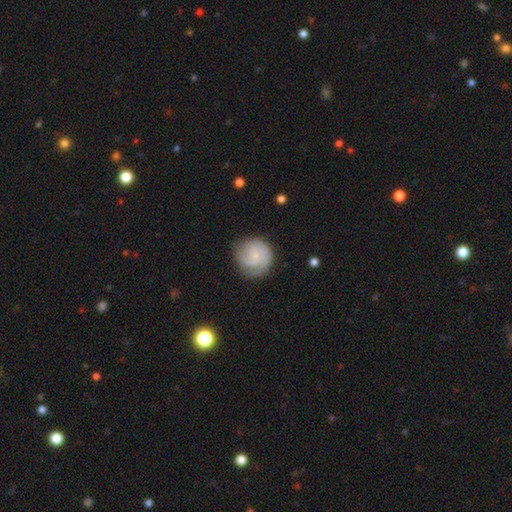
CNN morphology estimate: type=featured or disk (52%); edge-on=no (98%); bar=no (70%); spiral arms=yes (89%); bulge=small (65%); merging=none (73%).